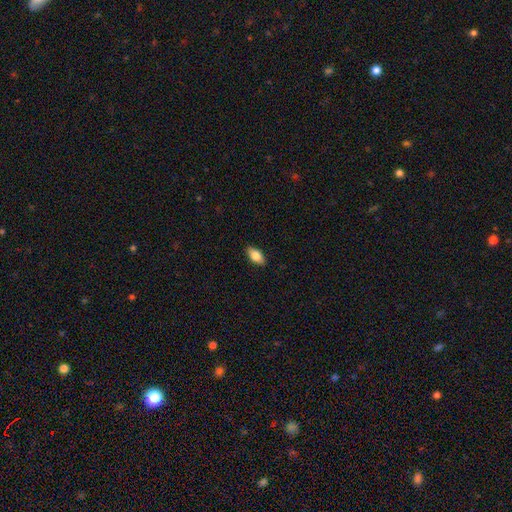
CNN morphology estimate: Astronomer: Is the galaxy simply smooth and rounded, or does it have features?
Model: smooth — 81%.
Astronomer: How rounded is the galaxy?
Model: in between — 89%.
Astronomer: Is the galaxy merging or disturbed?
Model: none — 89%.